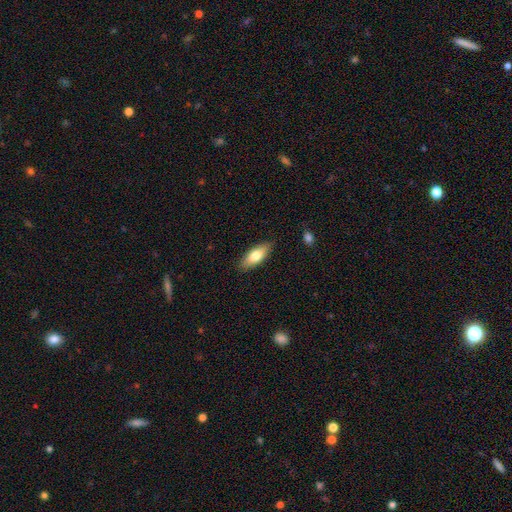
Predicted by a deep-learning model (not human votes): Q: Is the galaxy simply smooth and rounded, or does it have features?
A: smooth — 75%.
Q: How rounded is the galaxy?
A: in between — 76%.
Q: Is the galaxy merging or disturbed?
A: none — 86%.